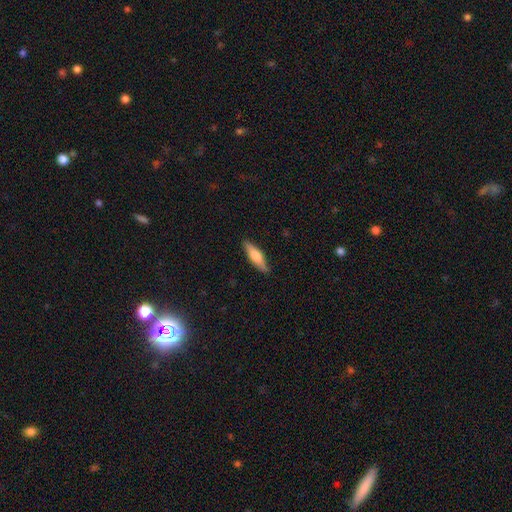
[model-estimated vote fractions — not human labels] Q: Smooth or featured?
A: smooth (63%); runner-up: featured or disk (31%)
Q: How rounded?
A: cigar-shaped (68%); runner-up: in between (30%)
Q: Merging?
A: none (88%); runner-up: minor disturbance (9%)